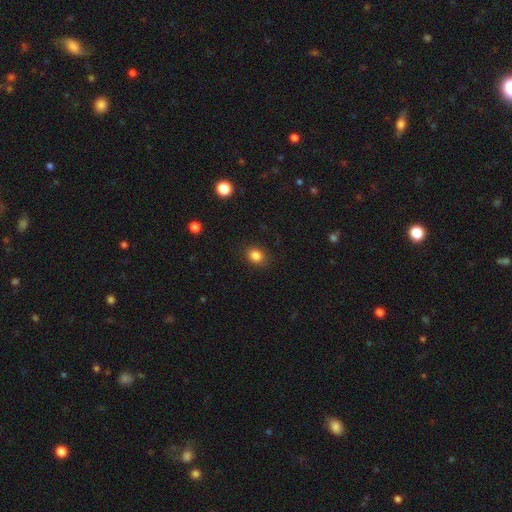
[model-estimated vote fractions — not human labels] Morphology: type=smooth (84%); roundness=round (57%); merging=none (87%).